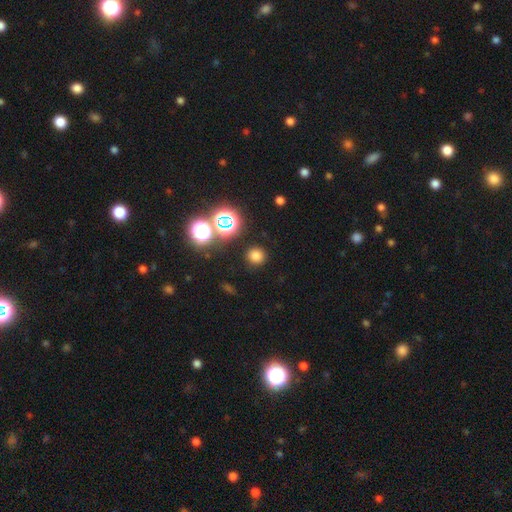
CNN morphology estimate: smooth 72%, star or artifact 23%, featured or disk 5%. Down the decision tree: how rounded — round (92%); merging — none (89%).